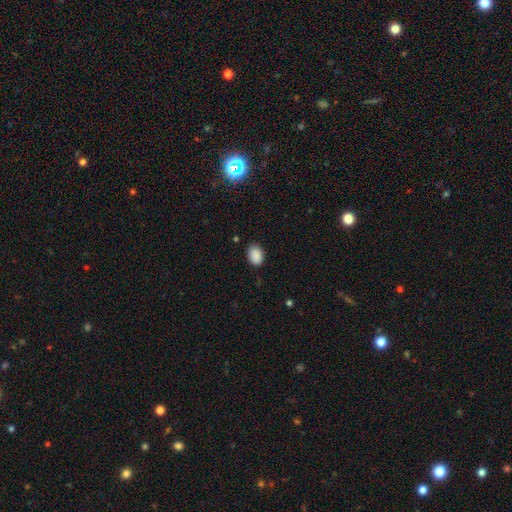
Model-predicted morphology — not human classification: type=smooth (89%); roundness=in between (78%); merging=none (81%).